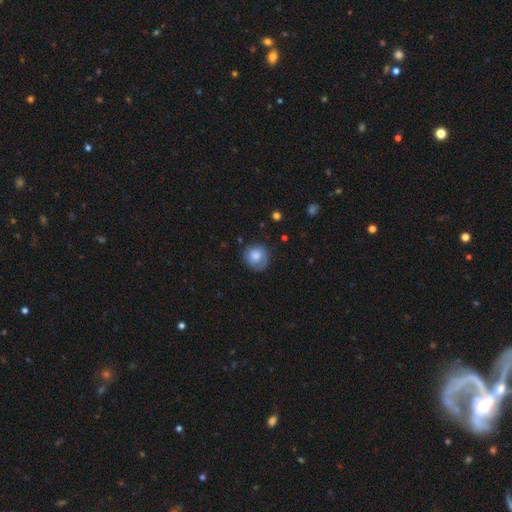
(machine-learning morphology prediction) Smooth or featured? Predicted: smooth (p=0.73). How rounded? Predicted: round (p=0.87). Merging? Predicted: none (p=0.71).